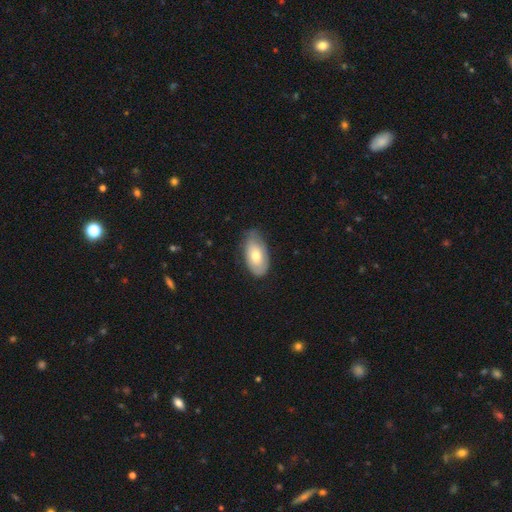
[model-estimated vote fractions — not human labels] The model was most divided on "smooth or featured": smooth: 63%, featured or disk: 31%, star or artifact: 6%. More confident: how rounded — in between (94%); merging — none (66%).